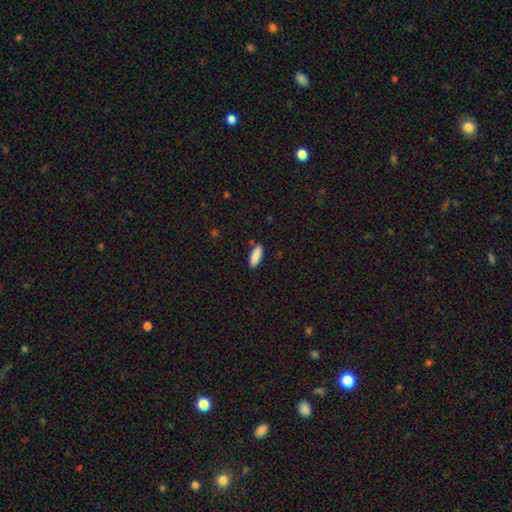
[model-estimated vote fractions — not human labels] A smooth galaxy with no disk features (90%) that is in between round and cigar-shaped (72%). Merging: none (85%).